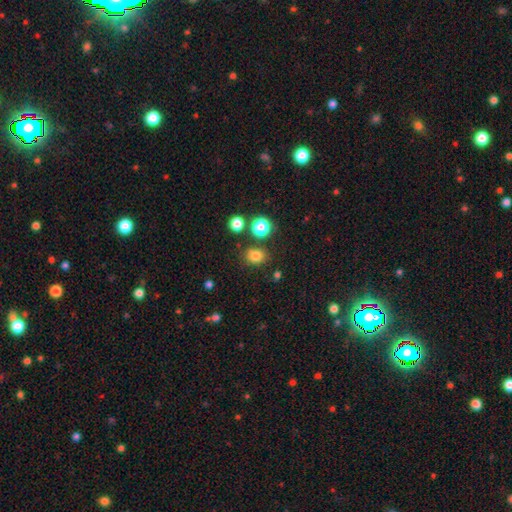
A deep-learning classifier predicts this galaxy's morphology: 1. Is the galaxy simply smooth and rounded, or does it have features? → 79% smooth, 16% star or artifact, 6% featured or disk.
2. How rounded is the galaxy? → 63% round, 36% in between, 1% cigar-shaped.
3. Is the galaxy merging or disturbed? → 77% none, 12% minor disturbance, 8% merger, 4% major disturbance.